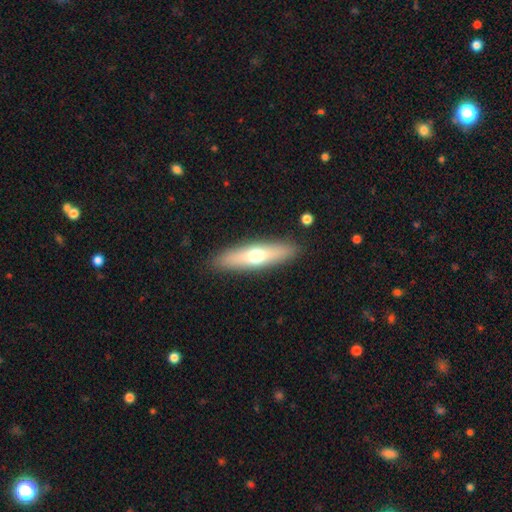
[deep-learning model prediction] A smooth galaxy with no disk features (56%) that is cigar-shaped (68%).

Vote fractions:
- Smooth or featured? smooth: 56% / featured or disk: 38% / star or artifact: 6%
- How rounded? cigar-shaped: 68% / in between: 29% / round: 2%
- Merging? none: 89% / minor disturbance: 8% / major disturbance: 2% / merger: 1%